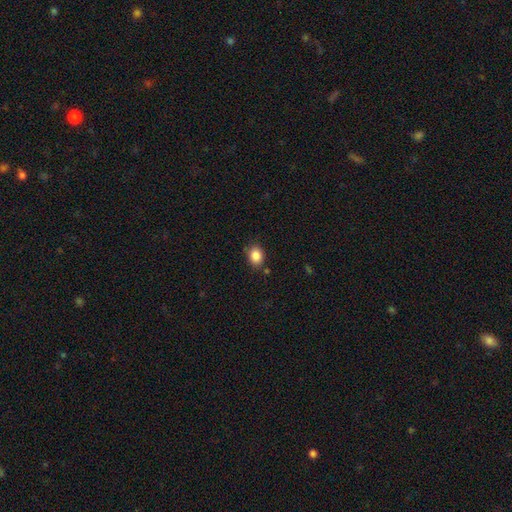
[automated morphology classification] A smooth galaxy with no disk features (87%) that is in between round and cigar-shaped (53%). Merging: none (81%).